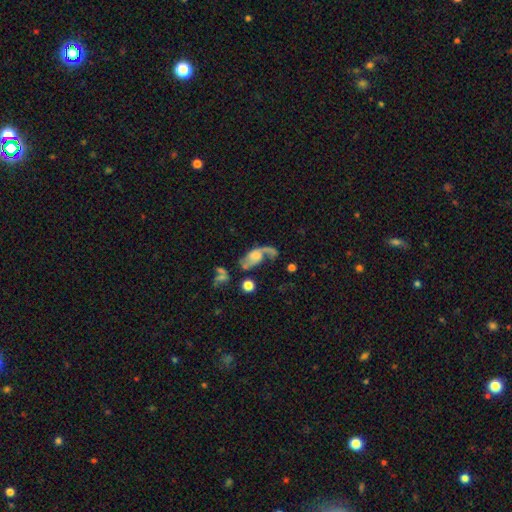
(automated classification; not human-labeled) Overall: featured or disk (74%). Edge-on disk: no (94%). Bar: no (64%; weak 28%). Spiral arms: yes (88%). Spiral arm count: 2 (72%). Spiral winding: loose (73%). Bulge size: none (36%; small 24%). Merging: none (36%; major disturbance 32%).